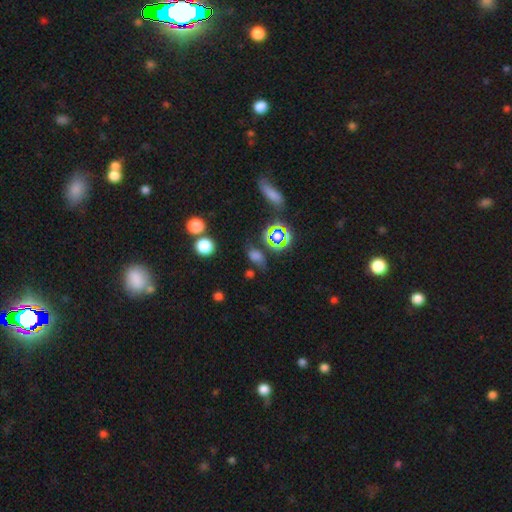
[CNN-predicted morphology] Smooth or featured: smooth — 57% (star or artifact — 30%)
How rounded: in between — 67% (round — 28%)
Merging: none — 58% (minor disturbance — 22%)